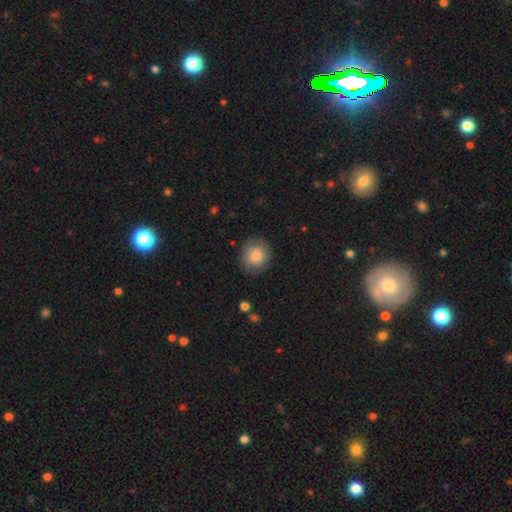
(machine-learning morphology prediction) Smooth or featured?
  - smooth: 78% *
  - featured or disk: 14%
  - star or artifact: 8%
How rounded?
  - round: 84% *
  - in between: 15%
  - cigar-shaped: 1%
Merging?
  - none: 79% *
  - minor disturbance: 15%
  - major disturbance: 5%
  - merger: 1%